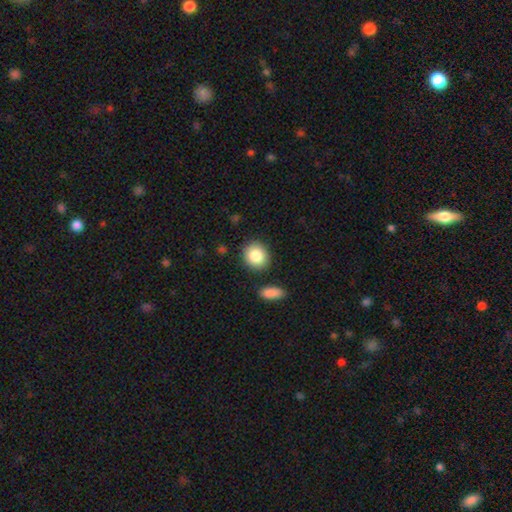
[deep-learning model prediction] smooth_or_featured: smooth (p=0.85) [alt: star or artifact p=0.08]
how_rounded: round (p=0.70) [alt: in between p=0.28]
merging: none (p=0.85) [alt: minor disturbance p=0.08]